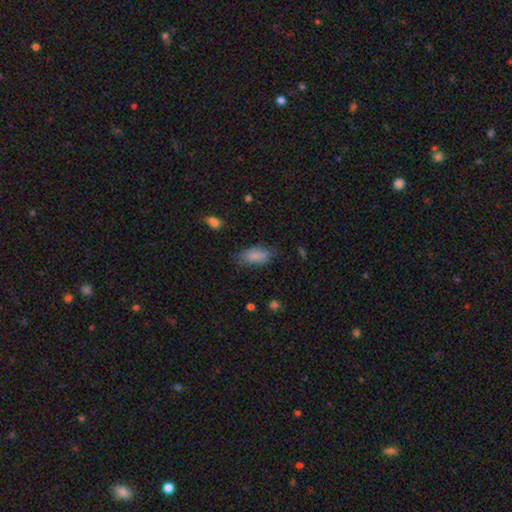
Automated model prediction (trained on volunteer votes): Morphology: type=smooth (80%); roundness=in between (90%); merging=none (64%).